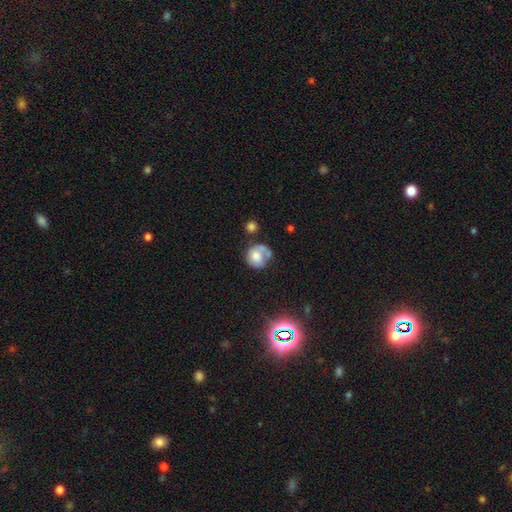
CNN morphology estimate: Smooth or featured?
  - smooth: 52% *
  - featured or disk: 38%
  - star or artifact: 10%
How rounded?
  - round: 77% *
  - in between: 22%
  - cigar-shaped: 1%
Merging?
  - none: 42% *
  - minor disturbance: 21%
  - merger: 19%
  - major disturbance: 17%